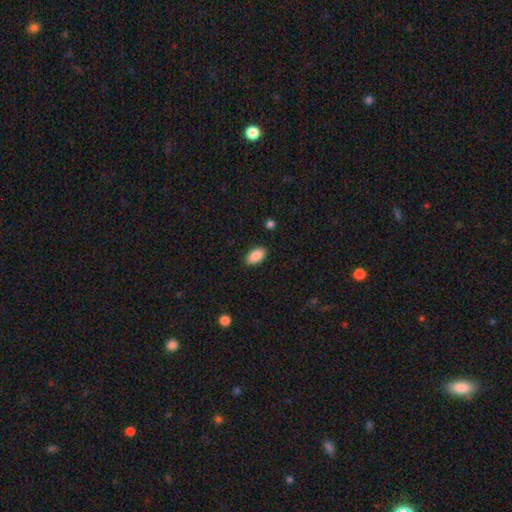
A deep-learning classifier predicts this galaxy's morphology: Overall: smooth (89%). How rounded: in between (94%). Merging: none (89%).